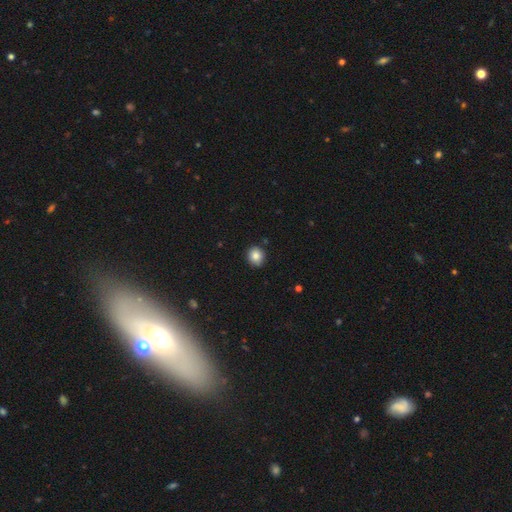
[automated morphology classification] Smooth or featured? Predicted: smooth (p=0.85). How rounded? Predicted: round (p=0.81). Merging? Predicted: none (p=0.89).